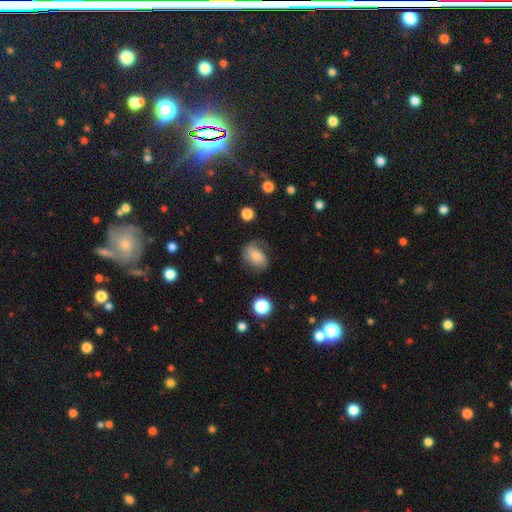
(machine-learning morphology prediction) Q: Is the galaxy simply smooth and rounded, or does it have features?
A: smooth — 51%.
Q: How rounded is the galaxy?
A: in between — 67%.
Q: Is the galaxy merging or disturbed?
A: none — 52%.